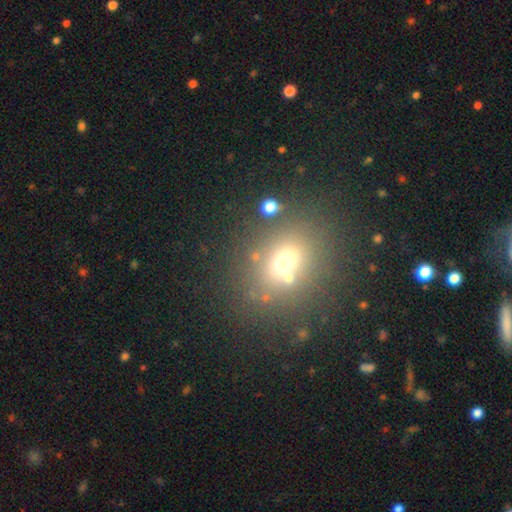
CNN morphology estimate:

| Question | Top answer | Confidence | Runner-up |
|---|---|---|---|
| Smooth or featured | smooth | 58% | star or artifact (27%) |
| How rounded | round | 54% | in between (44%) |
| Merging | none | 73% | merger (12%) |